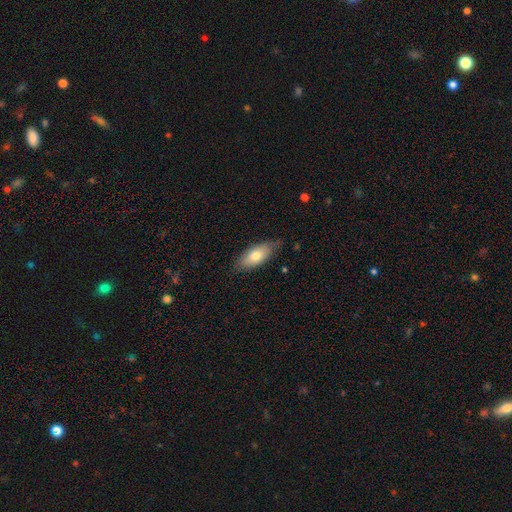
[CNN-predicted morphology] Smooth or featured? smooth (73%)
How rounded? in between (84%)
Merging? none (77%)